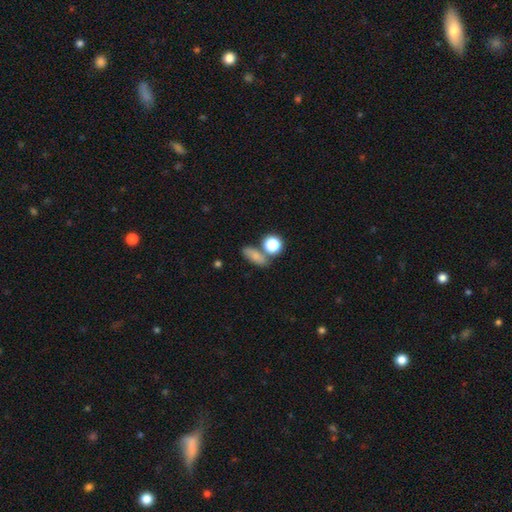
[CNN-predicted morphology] This appears to be a smooth galaxy with no disk features (74%) that is in between round and cigar-shaped (62%). Merging: none (58%).